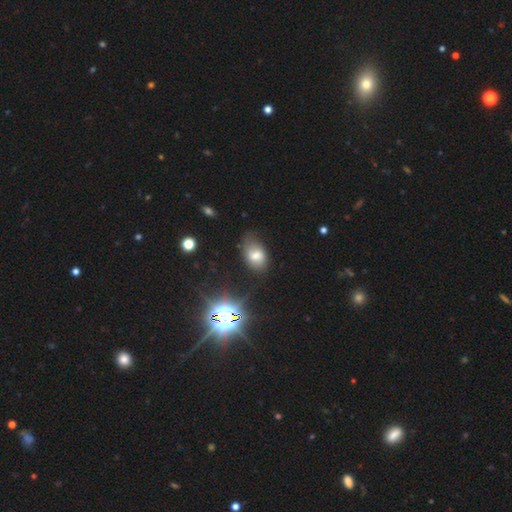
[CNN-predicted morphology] Smooth or featured? Predicted: smooth (p=0.66). How rounded? Predicted: in between (p=0.85). Merging? Predicted: none (p=0.57).